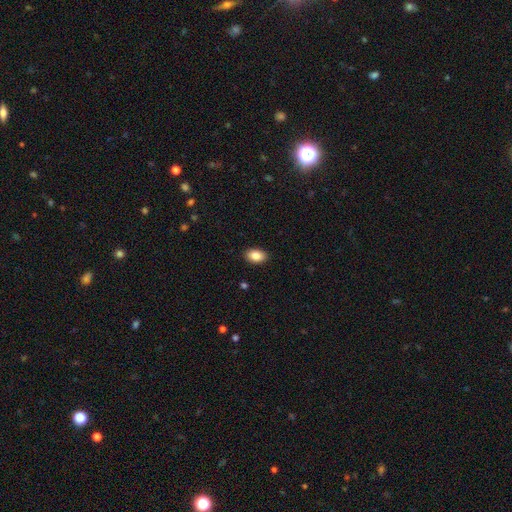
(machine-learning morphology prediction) smooth 86%, star or artifact 8%, featured or disk 6%. Down the decision tree: how rounded — in between (90%); merging — none (90%).